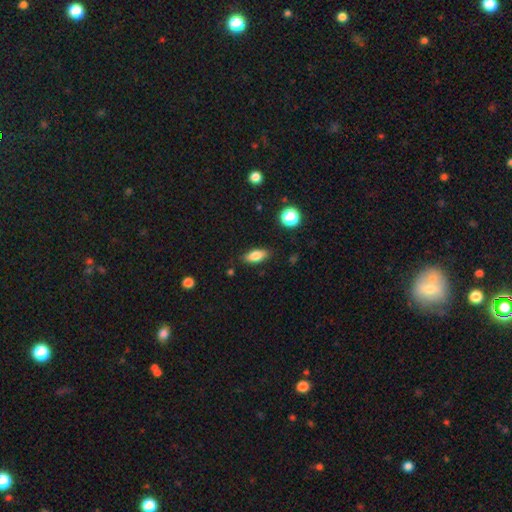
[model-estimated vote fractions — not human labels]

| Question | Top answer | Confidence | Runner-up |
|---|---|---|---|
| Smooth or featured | smooth | 80% | featured or disk (12%) |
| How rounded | in between | 81% | cigar-shaped (14%) |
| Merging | none | 86% | minor disturbance (10%) |